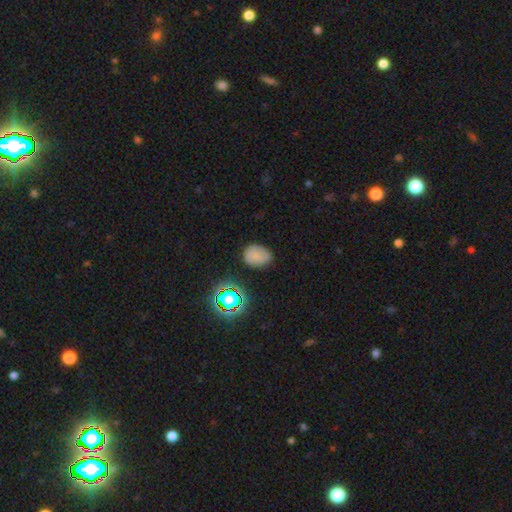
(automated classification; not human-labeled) The model was most divided on "how rounded": in between: 52%, round: 47%, cigar-shaped: 1%. More confident: merging — none (72%); smooth or featured — smooth (70%).